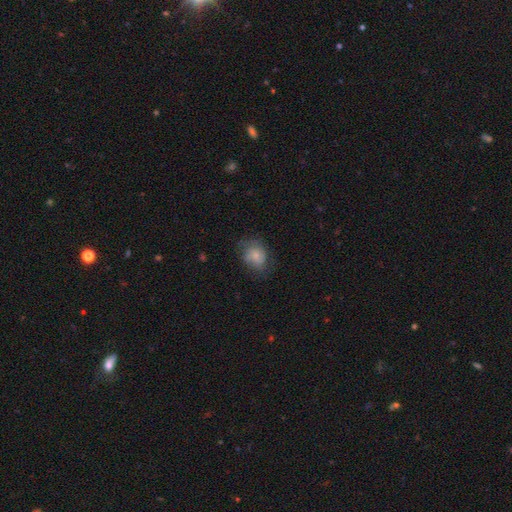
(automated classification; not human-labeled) smooth 66%, featured or disk 26%, star or artifact 8%. Down the decision tree: how rounded — in between (51%); merging — none (58%).